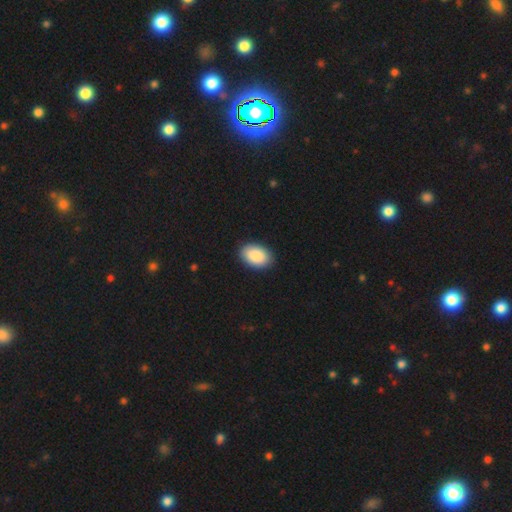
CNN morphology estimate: Smooth or featured? smooth (90%)
How rounded? in between (90%)
Merging? none (90%)